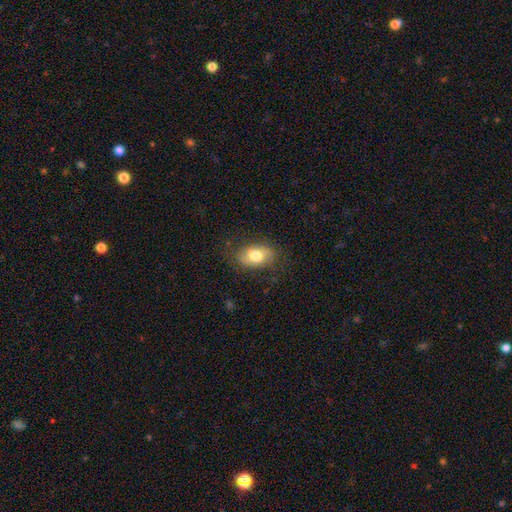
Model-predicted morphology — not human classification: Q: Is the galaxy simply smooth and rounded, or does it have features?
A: smooth — 67%.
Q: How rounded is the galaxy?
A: in between — 86%.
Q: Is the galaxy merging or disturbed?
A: none — 73%.